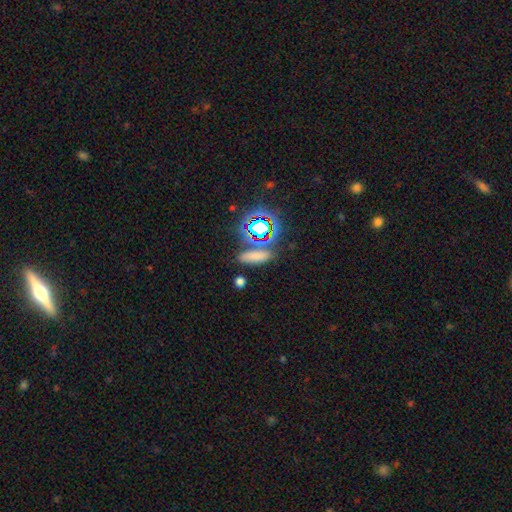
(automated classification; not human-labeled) smooth-or-featured: smooth: 64% | star or artifact: 26% | featured or disk: 10%
  how-rounded: in between: 49% | cigar-shaped: 42% | round: 10%
  merging: none: 75% | minor disturbance: 11% | merger: 10% | major disturbance: 4%